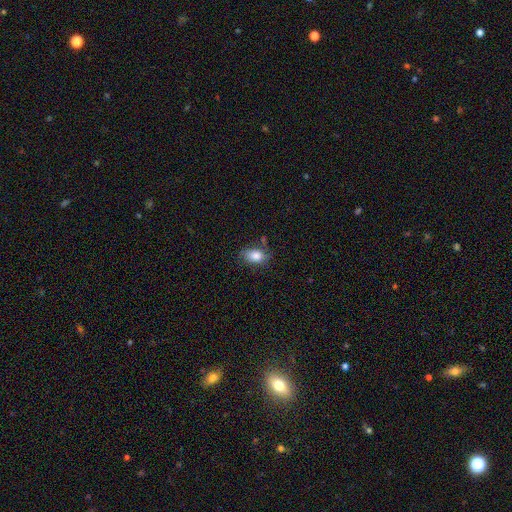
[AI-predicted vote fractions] Smooth or featured?
  - smooth: 83% *
  - featured or disk: 9%
  - star or artifact: 8%
How rounded?
  - in between: 83% *
  - round: 15%
  - cigar-shaped: 2%
Merging?
  - none: 66% *
  - minor disturbance: 23%
  - major disturbance: 6%
  - merger: 5%